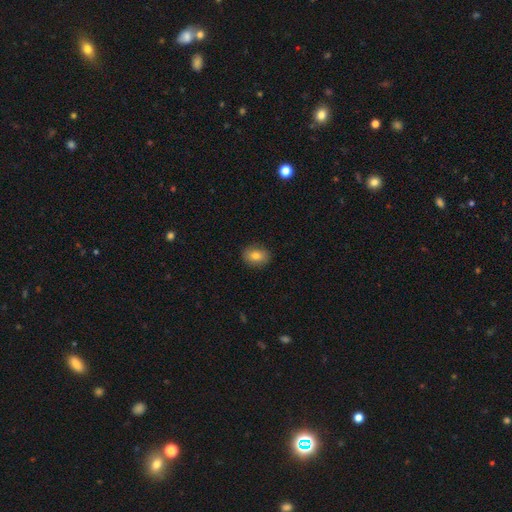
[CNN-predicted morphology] This appears to be a smooth galaxy with no disk features (78%) that is in between round and cigar-shaped (58%). Merging: none (86%).